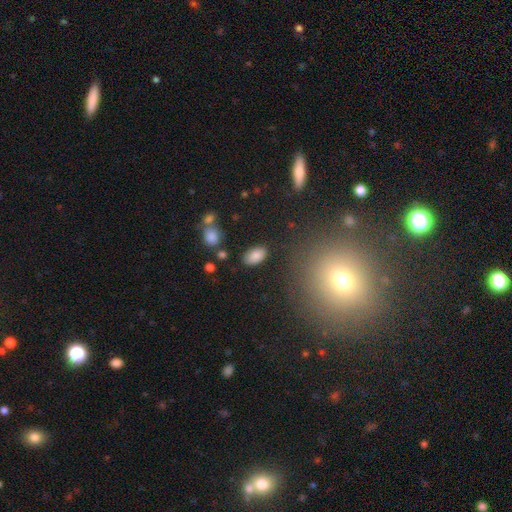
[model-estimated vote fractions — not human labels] smooth_or_featured: smooth (p=0.86) [alt: star or artifact p=0.08]
how_rounded: in between (p=0.94) [alt: round p=0.05]
merging: none (p=0.84) [alt: minor disturbance p=0.11]